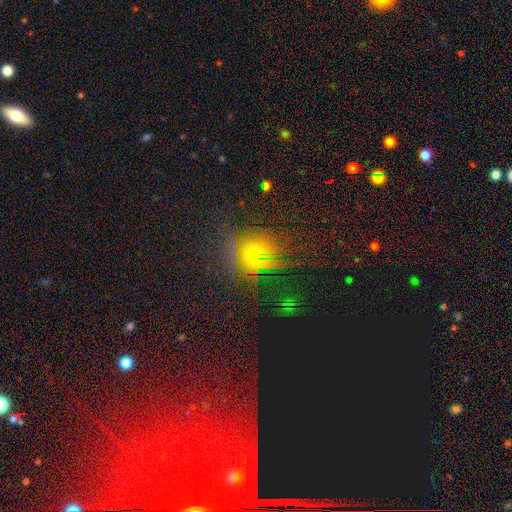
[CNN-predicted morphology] This is possibly a smooth galaxy (48%). Merging: likely none (74%).